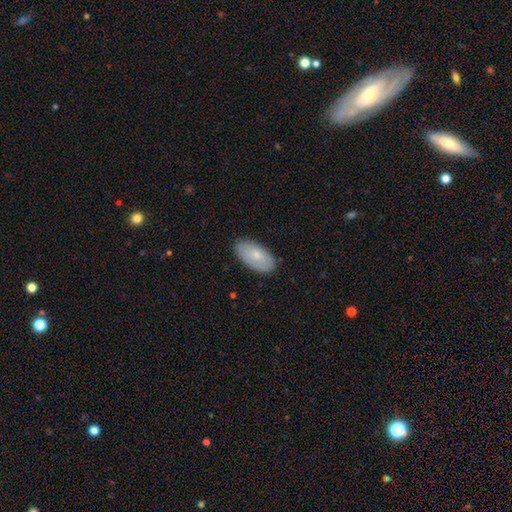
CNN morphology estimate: Q: Smooth or featured?
A: smooth (72%); runner-up: featured or disk (22%)
Q: How rounded?
A: in between (94%); runner-up: cigar-shaped (3%)
Q: Merging?
A: none (85%); runner-up: minor disturbance (12%)